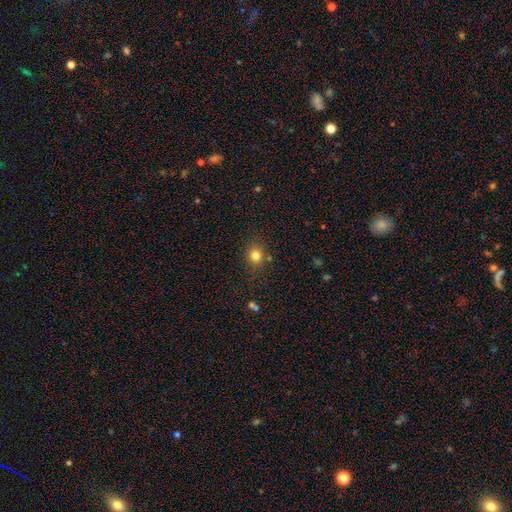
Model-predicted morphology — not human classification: Smooth or featured? smooth (80%)
How rounded? round (79%)
Merging? none (81%)